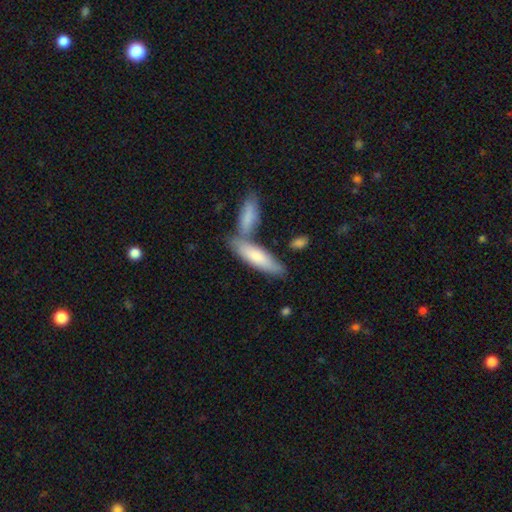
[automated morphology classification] This is likely a smooth galaxy (73%). How rounded: possibly cigar-shaped (58%). Merging: possibly none (50%).